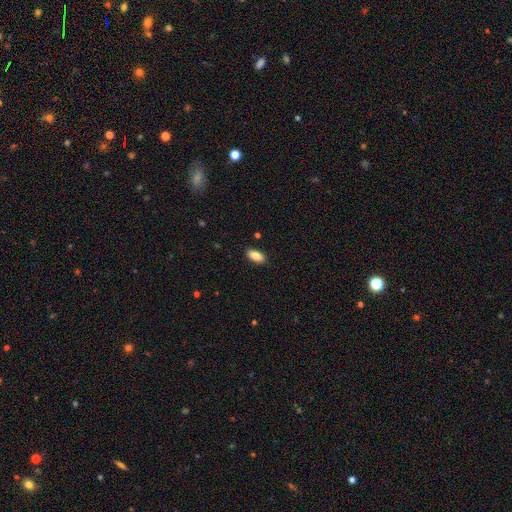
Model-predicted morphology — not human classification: Q: Smooth or featured?
A: smooth (87%); runner-up: star or artifact (7%)
Q: How rounded?
A: in between (90%); runner-up: cigar-shaped (8%)
Q: Merging?
A: none (88%); runner-up: minor disturbance (9%)